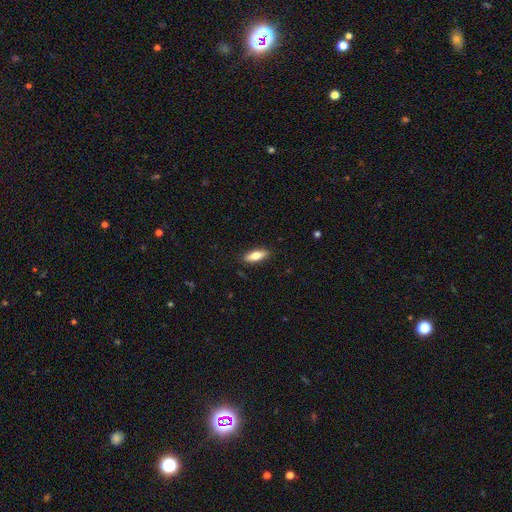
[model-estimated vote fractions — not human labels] A smooth galaxy with no disk features (66%) that is in between round and cigar-shaped (59%).

Vote fractions:
- Smooth or featured? smooth: 66% / featured or disk: 27% / star or artifact: 6%
- How rounded? in between: 59% / cigar-shaped: 38% / round: 3%
- Merging? none: 88% / minor disturbance: 9% / major disturbance: 2% / merger: 1%